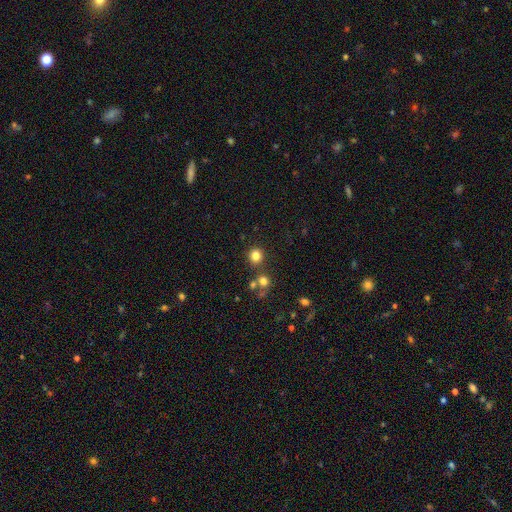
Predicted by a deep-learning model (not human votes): Smooth or featured: smooth — 81% (star or artifact — 14%)
How rounded: round — 90% (in between — 9%)
Merging: none — 80% (merger — 10%)